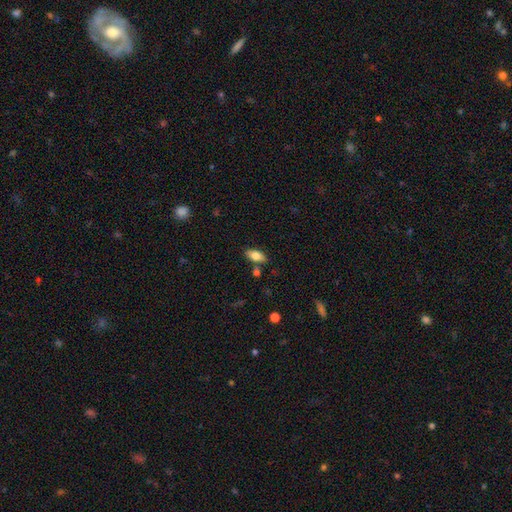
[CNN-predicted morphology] Smooth or featured? Predicted: smooth (p=0.79). How rounded? Predicted: in between (p=0.89). Merging? Predicted: none (p=0.79).